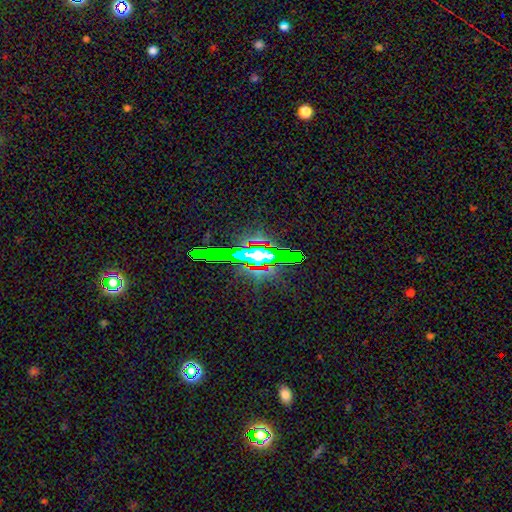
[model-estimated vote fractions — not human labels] star or artifact 58%, featured or disk 22%, smooth 20%.